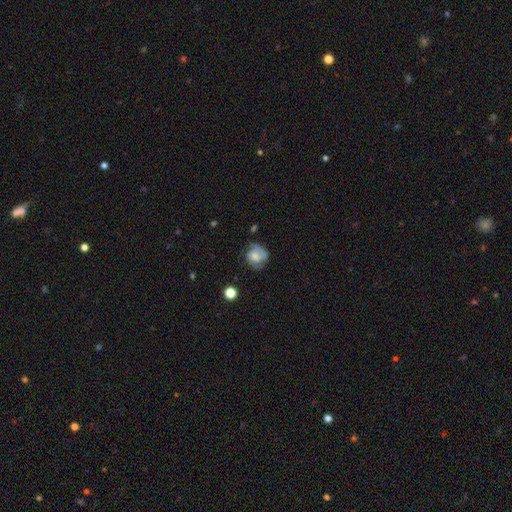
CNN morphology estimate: This is possibly a featured or disk galaxy (53%). It is clearly not viewed edge-on (97%). Bar: likely no (71%). Spiral arm pattern: likely yes (73%). Central bulge: marginally moderate (41%). Merging: possibly none (54%).